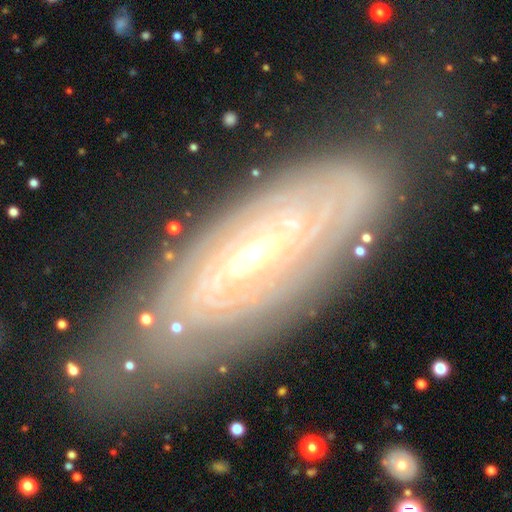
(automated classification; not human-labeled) A featured or disk galaxy (75%) with no bar (43%), spiral arms (76%) and a small central bulge (58%).

Vote fractions:
- Smooth or featured? featured or disk: 75% / smooth: 16% / star or artifact: 9%
- Edge-on disk? no: 79% / yes: 21%
- Bar? no: 43% / weak: 39% / strong: 18%
- Spiral arms? yes: 76% / no: 24%
- Bulge size? small: 58% / moderate: 37% / large: 3% / none: 2% / dominant: 1%
- Merging? none: 68% / minor disturbance: 21% / major disturbance: 9% / merger: 2%